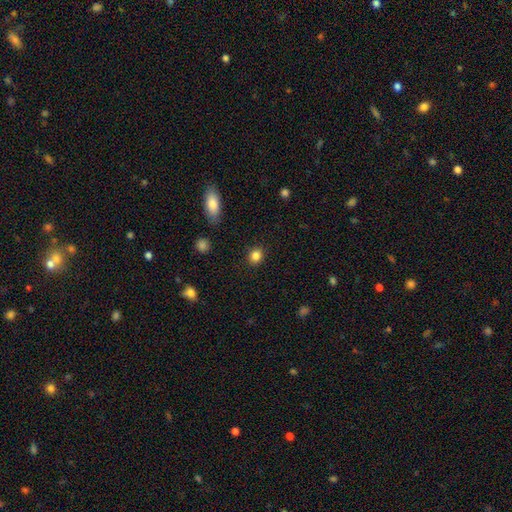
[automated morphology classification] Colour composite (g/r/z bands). It shows a smooth galaxy with no disk features (85%) that is round (73%). Merging: none (89%).